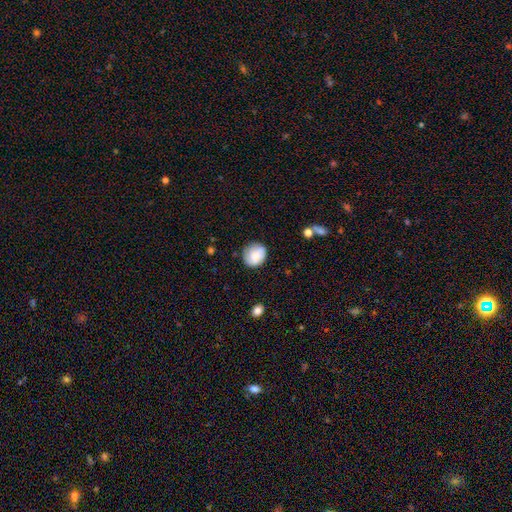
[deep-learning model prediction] Morphology: type=smooth (78%); roundness=round (80%); merging=none (78%).